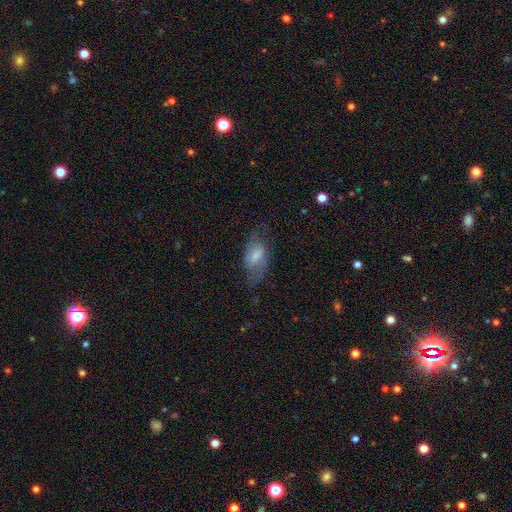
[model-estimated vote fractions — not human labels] Smooth or featured? Predicted: featured or disk (p=0.52). Edge-on disk? Predicted: no (p=0.91). Merging? Predicted: none (p=0.63).